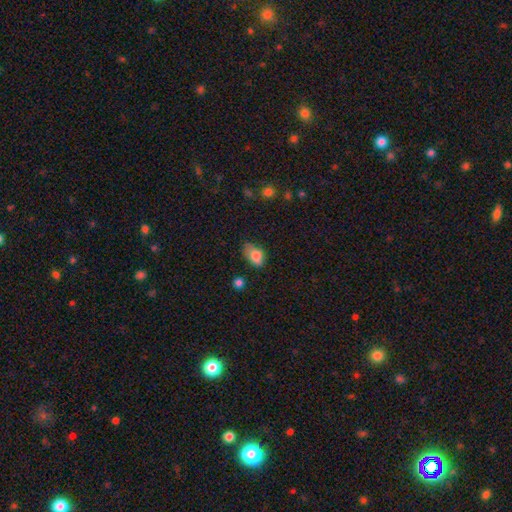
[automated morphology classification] This is clearly a smooth galaxy (80%). How rounded: clearly in between (86%). Merging: marginally none (42%).